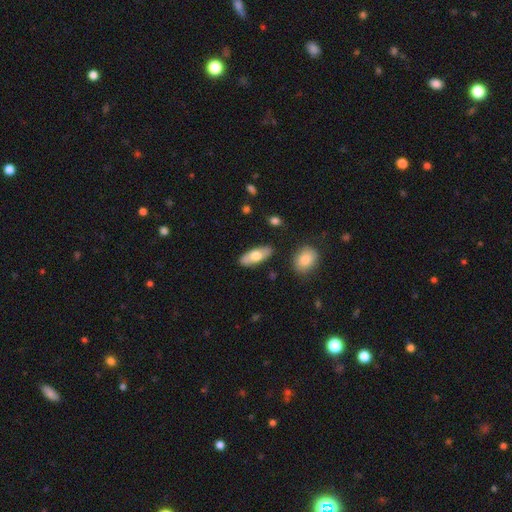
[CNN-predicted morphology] type=smooth (64%); roundness=in between (78%); merging=none (85%).